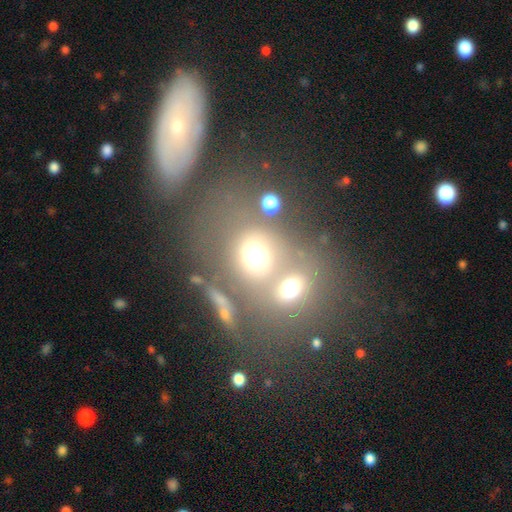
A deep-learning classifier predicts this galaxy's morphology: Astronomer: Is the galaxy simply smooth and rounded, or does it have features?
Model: smooth — 62%.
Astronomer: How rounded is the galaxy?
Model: round — 59% (runner-up: in between, 39%).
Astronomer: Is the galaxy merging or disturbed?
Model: merger — 49% (runner-up: none, 31%).